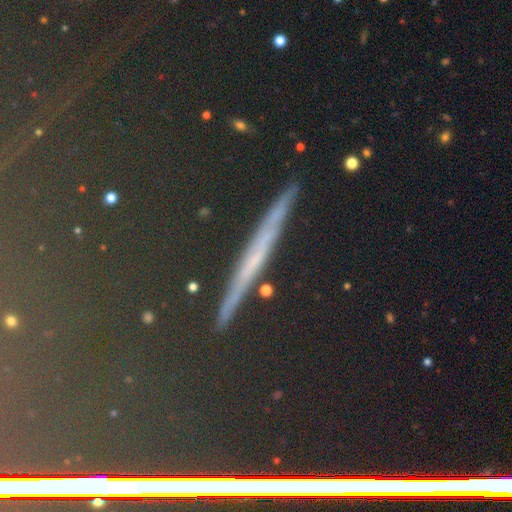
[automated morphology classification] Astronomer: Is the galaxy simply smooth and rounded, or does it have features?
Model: star or artifact — 44% (runner-up: featured or disk, 37%).